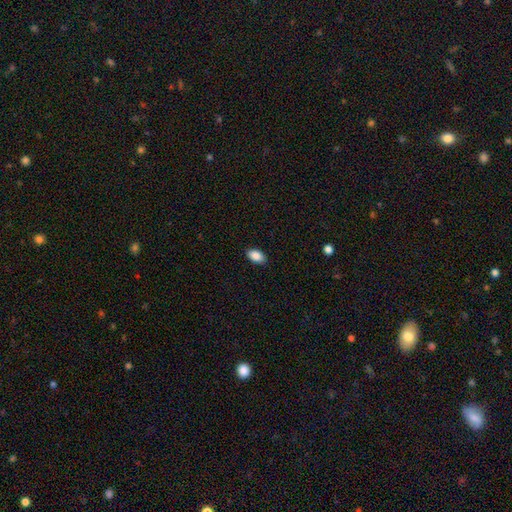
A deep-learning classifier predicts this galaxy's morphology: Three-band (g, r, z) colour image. It shows a smooth galaxy with no disk features (88%) that is in between round and cigar-shaped (93%). Merging: none (89%).